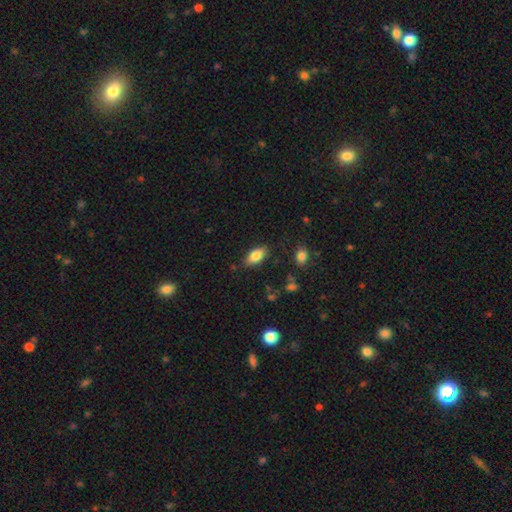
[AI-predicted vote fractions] Smooth or featured?
  - smooth: 81% *
  - featured or disk: 11%
  - star or artifact: 8%
How rounded?
  - in between: 89% *
  - cigar-shaped: 8%
  - round: 4%
Merging?
  - none: 82% *
  - minor disturbance: 13%
  - major disturbance: 3%
  - merger: 2%